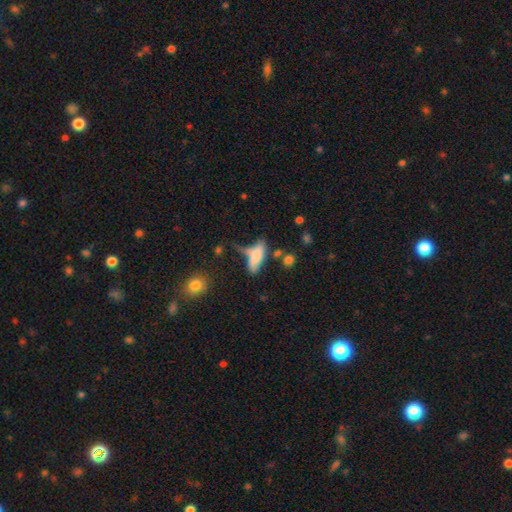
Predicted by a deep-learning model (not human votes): Smooth or featured?
  - smooth: 70% *
  - featured or disk: 20%
  - star or artifact: 9%
How rounded?
  - in between: 61% *
  - cigar-shaped: 36%
  - round: 3%
Merging?
  - none: 32% *
  - merger: 23%
  - minor disturbance: 23%
  - major disturbance: 22%